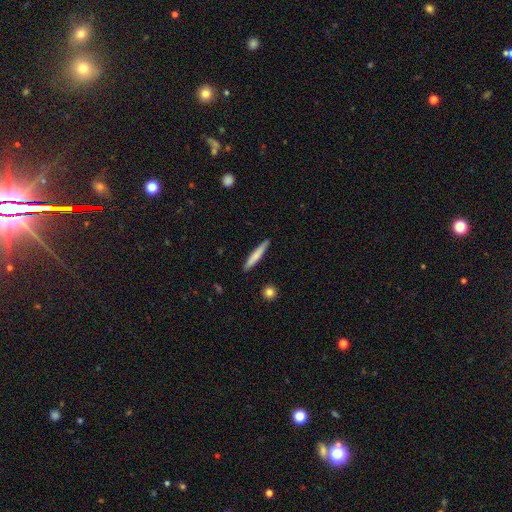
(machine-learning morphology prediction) A smooth galaxy with no disk features (71%) that is cigar-shaped (95%). Merging: none (90%).